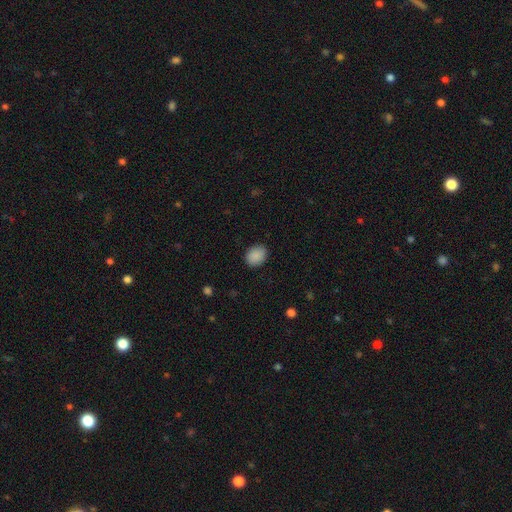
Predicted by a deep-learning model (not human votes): A smooth galaxy with no disk features (89%) that is in between round and cigar-shaped (54%).

Vote fractions:
- Smooth or featured? smooth: 89% / star or artifact: 8% / featured or disk: 3%
- How rounded? in between: 54% / round: 46% / cigar-shaped: 1%
- Merging? none: 88% / minor disturbance: 9% / major disturbance: 2% / merger: 1%